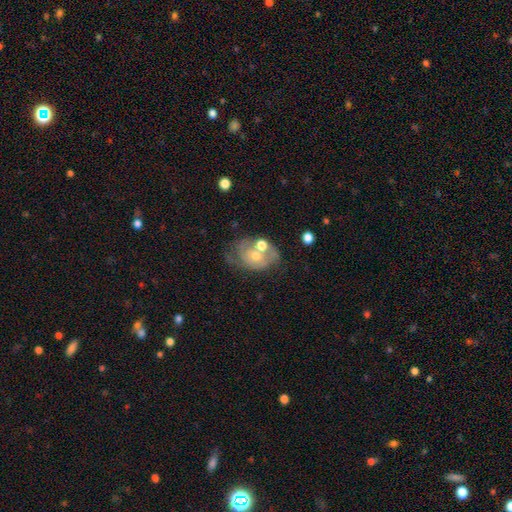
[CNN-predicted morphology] smooth-or-featured: featured or disk: 63% | smooth: 28% | star or artifact: 9%
  disk-edge-on: no: 96% | yes: 4%
    bar: no: 79% | weak: 18% | strong: 3%
    has-spiral-arms: yes: 62% | no: 38%
    bulge-size: moderate: 50% | small: 43% | none: 3% | large: 3% | dominant: 1%
  merging: none: 37% | minor disturbance: 23% | merger: 22% | major disturbance: 18%